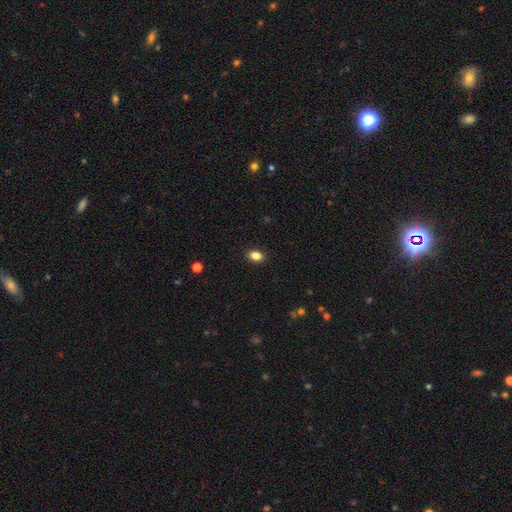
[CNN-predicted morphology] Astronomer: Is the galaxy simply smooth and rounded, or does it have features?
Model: smooth — 85%.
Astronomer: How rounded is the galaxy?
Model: in between — 72%.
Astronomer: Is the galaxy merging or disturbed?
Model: none — 90%.